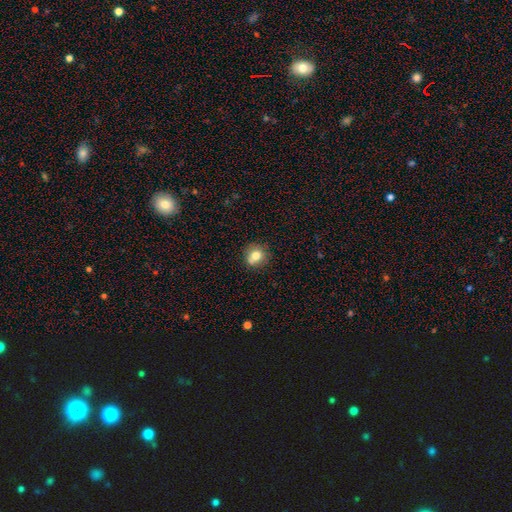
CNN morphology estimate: Q: Smooth or featured?
A: smooth (75%); runner-up: featured or disk (14%)
Q: How rounded?
A: round (86%); runner-up: in between (13%)
Q: Merging?
A: none (70%); runner-up: minor disturbance (15%)